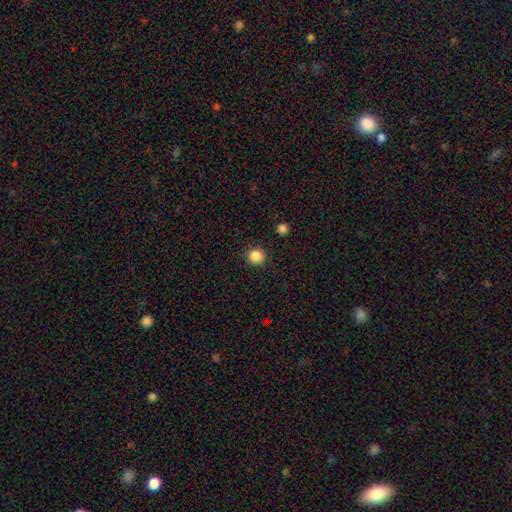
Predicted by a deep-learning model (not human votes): The model was most divided on "smooth or featured": smooth: 86%, star or artifact: 11%, featured or disk: 3%. More confident: how rounded — round (93%); merging — none (92%).